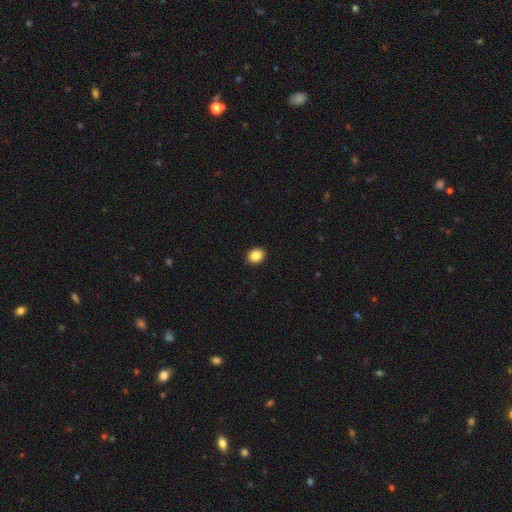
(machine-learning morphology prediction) Q: Smooth or featured?
A: smooth (86%); runner-up: star or artifact (9%)
Q: How rounded?
A: round (60%); runner-up: in between (39%)
Q: Merging?
A: none (92%); runner-up: minor disturbance (5%)